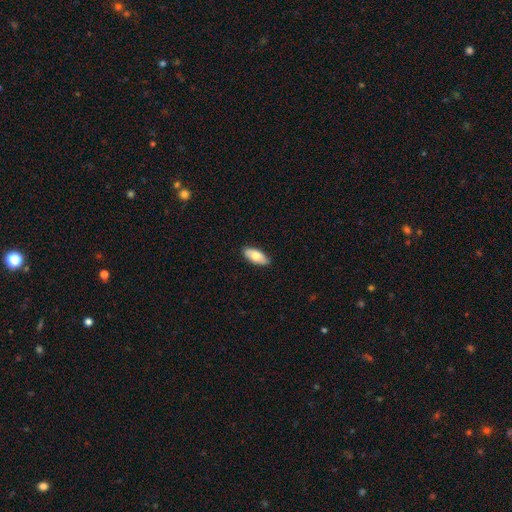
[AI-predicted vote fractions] smooth-or-featured: smooth: 72% | featured or disk: 22% | star or artifact: 6%
  how-rounded: in between: 87% | cigar-shaped: 10% | round: 2%
  merging: none: 87% | minor disturbance: 10% | major disturbance: 2% | merger: 1%